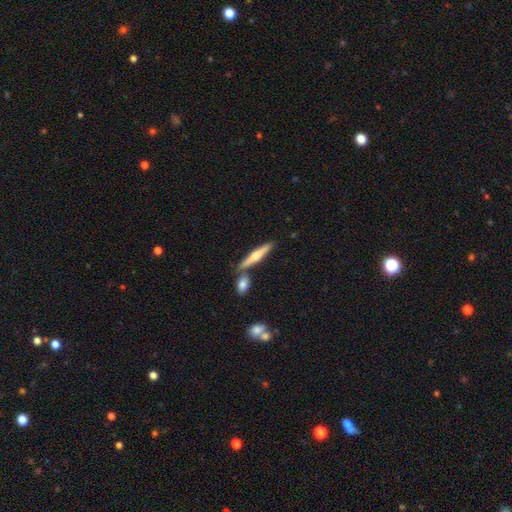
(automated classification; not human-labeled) This appears to be a featured or disk galaxy (52%) viewed edge-on (96%). Merging: none (71%).